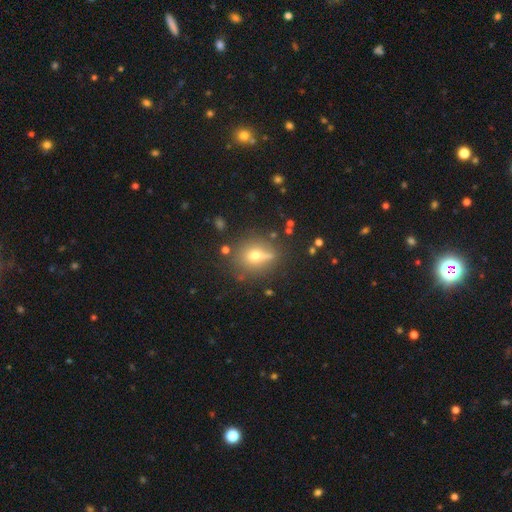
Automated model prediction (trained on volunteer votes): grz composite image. It shows a smooth galaxy with no disk features (52%) that is round (66%). Merging: none (66%).